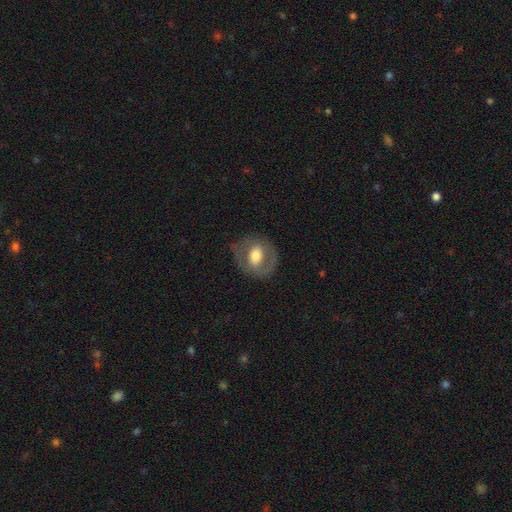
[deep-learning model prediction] Smooth or featured: smooth — 48% (featured or disk — 46%)
Merging: none — 74% (minor disturbance — 15%)